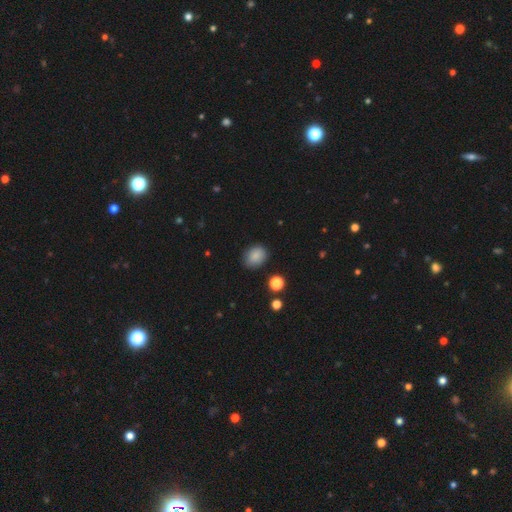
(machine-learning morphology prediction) Smooth or featured? smooth (87%)
How rounded? in between (63%)
Merging? none (83%)